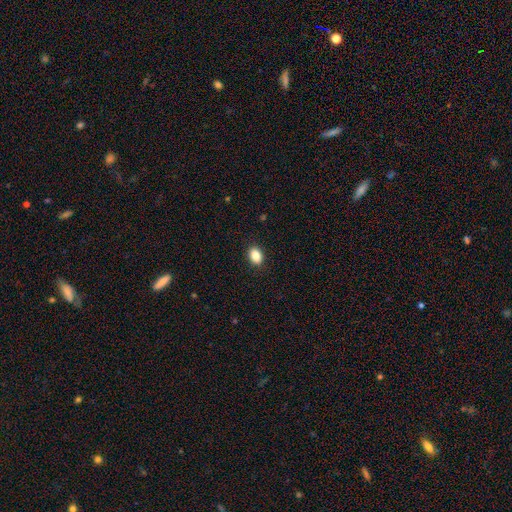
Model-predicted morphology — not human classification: smooth_or_featured: smooth (p=0.87) [alt: star or artifact p=0.09]
how_rounded: in between (p=0.77) [alt: round p=0.22]
merging: none (p=0.90) [alt: minor disturbance p=0.07]